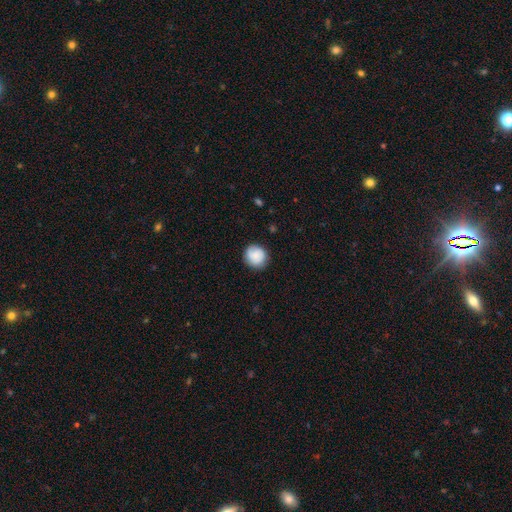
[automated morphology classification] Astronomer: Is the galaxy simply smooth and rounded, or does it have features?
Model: smooth — 77%.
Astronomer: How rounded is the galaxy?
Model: round — 90%.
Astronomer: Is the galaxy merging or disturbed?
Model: none — 85%.